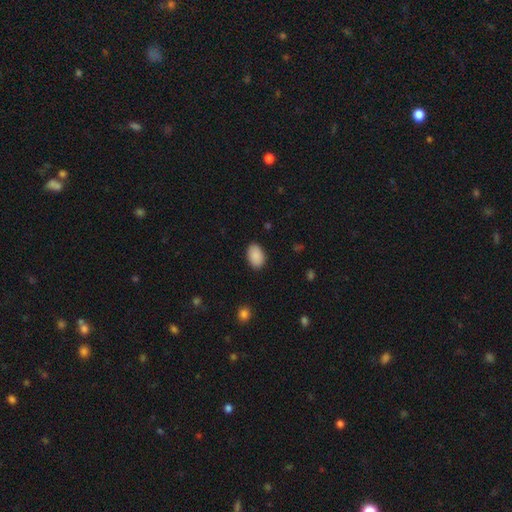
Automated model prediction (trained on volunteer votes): smooth_or_featured: smooth (p=0.90) [alt: star or artifact p=0.07]
how_rounded: in between (p=0.89) [alt: round p=0.09]
merging: none (p=0.88) [alt: minor disturbance p=0.08]